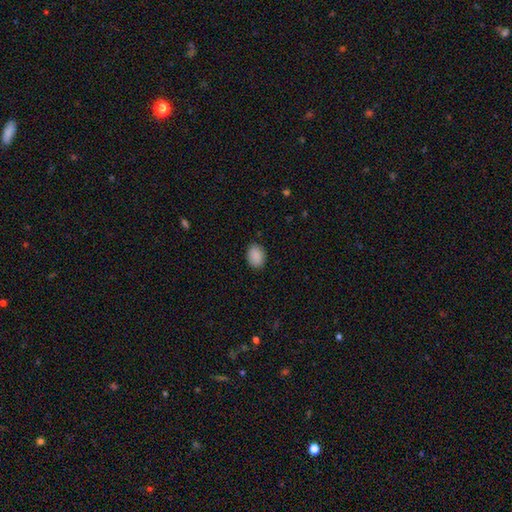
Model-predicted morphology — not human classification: Overall: smooth (90%). How rounded: in between (72%). Merging: none (86%).